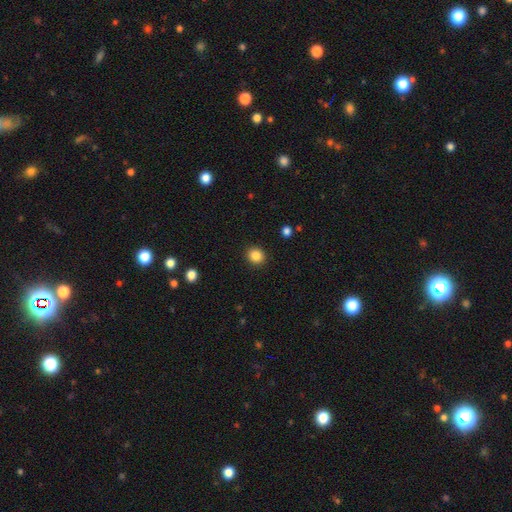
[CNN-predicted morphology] Q: Smooth or featured?
A: smooth (86%); runner-up: star or artifact (10%)
Q: How rounded?
A: round (84%); runner-up: in between (15%)
Q: Merging?
A: none (92%); runner-up: minor disturbance (5%)